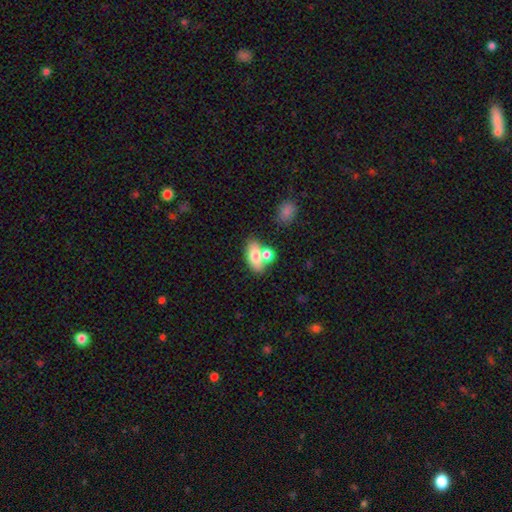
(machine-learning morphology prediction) smooth-or-featured: smooth: 72% | featured or disk: 20% | star or artifact: 8%
  how-rounded: in between: 84% | round: 11% | cigar-shaped: 5%
  merging: merger: 46% | none: 39% | minor disturbance: 11% | major disturbance: 5%